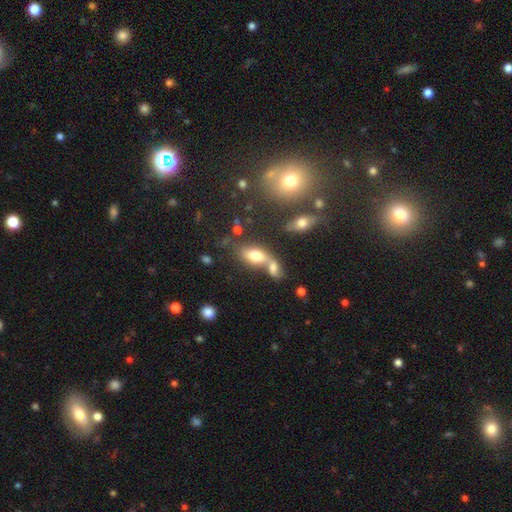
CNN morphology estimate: A smooth galaxy with no disk features (70%) that is in between round and cigar-shaped (84%).

Vote fractions:
- Smooth or featured? smooth: 70% / featured or disk: 18% / star or artifact: 11%
- How rounded? in between: 84% / round: 9% / cigar-shaped: 7%
- Merging? merger: 50% / none: 33% / minor disturbance: 10% / major disturbance: 7%